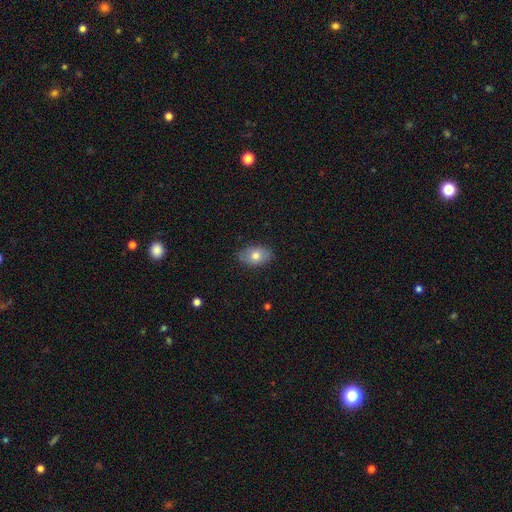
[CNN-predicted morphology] smooth_or_featured: smooth (p=0.73) [alt: featured or disk p=0.20]
how_rounded: in between (p=0.88) [alt: round p=0.10]
merging: none (p=0.84) [alt: minor disturbance p=0.12]